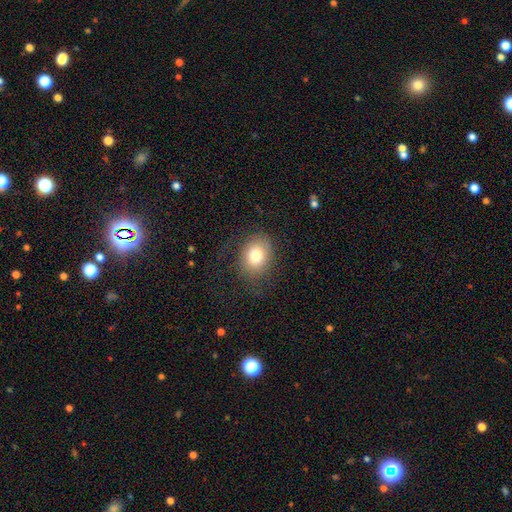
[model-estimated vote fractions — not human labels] A smooth galaxy with no disk features (78%) that is in between round and cigar-shaped (57%). Merging: none (72%).